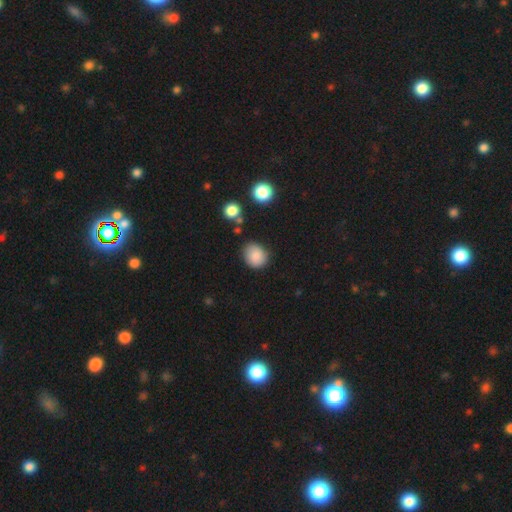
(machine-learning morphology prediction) Overall: smooth (86%). How rounded: round (64%; in between 35%). Merging: none (77%).